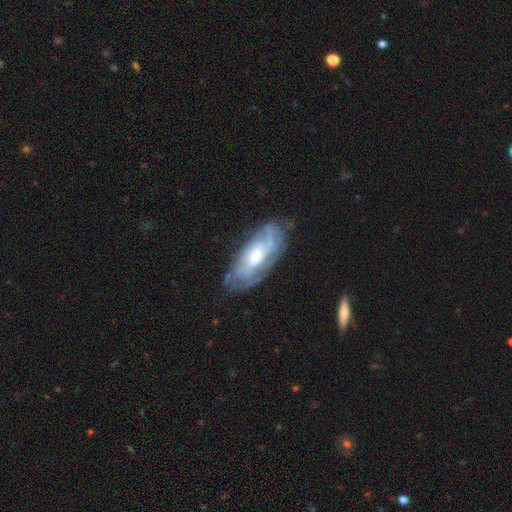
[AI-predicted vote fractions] This is likely a featured or disk galaxy (76%). It is clearly not viewed edge-on (90%). Bar: likely no (63%). Spiral arm pattern: clearly yes (87%). Spiral arm count: possibly can't tell (54%). Spiral winding: likely tight (62%). Central bulge: possibly moderate (47%). Merging: likely none (69%).